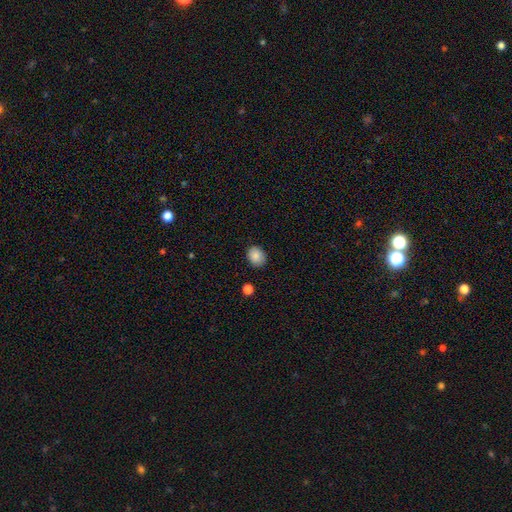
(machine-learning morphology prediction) Smooth or featured: smooth — 86% (star or artifact — 8%)
How rounded: round — 54% (in between — 45%)
Merging: none — 87% (minor disturbance — 9%)